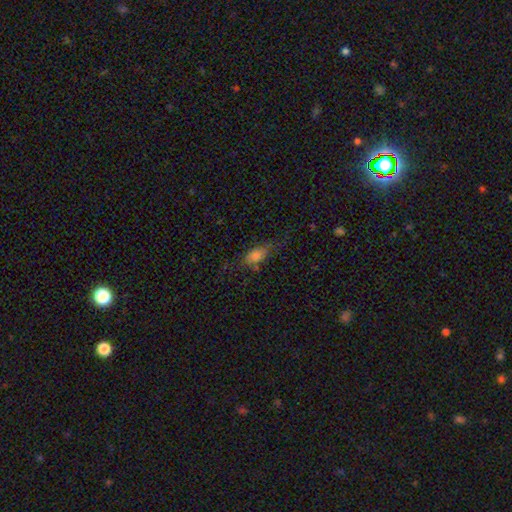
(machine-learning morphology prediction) Overall: smooth (68%). How rounded: in between (73%). Merging: none (50%; minor disturbance 28%).